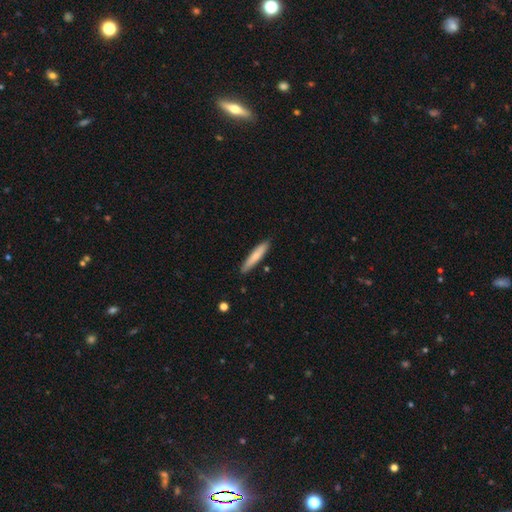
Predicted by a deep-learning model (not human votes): smooth-or-featured: smooth: 73% | featured or disk: 22% | star or artifact: 5%
  how-rounded: cigar-shaped: 90% | in between: 8% | round: 1%
  merging: none: 87% | minor disturbance: 10% | merger: 2% | major disturbance: 2%